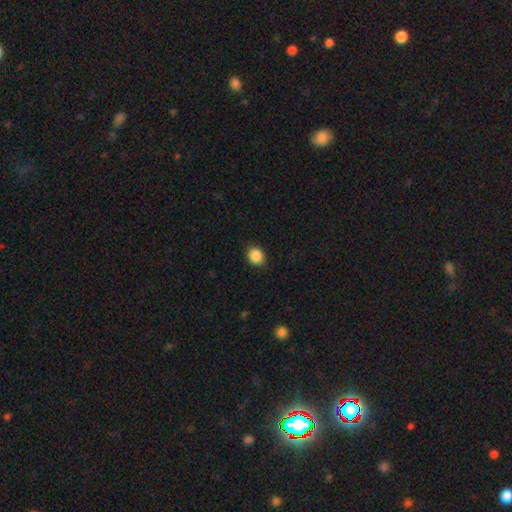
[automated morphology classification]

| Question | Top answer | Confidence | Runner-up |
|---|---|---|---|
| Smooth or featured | smooth | 88% | star or artifact (9%) |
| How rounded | round | 71% | in between (28%) |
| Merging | none | 88% | minor disturbance (9%) |